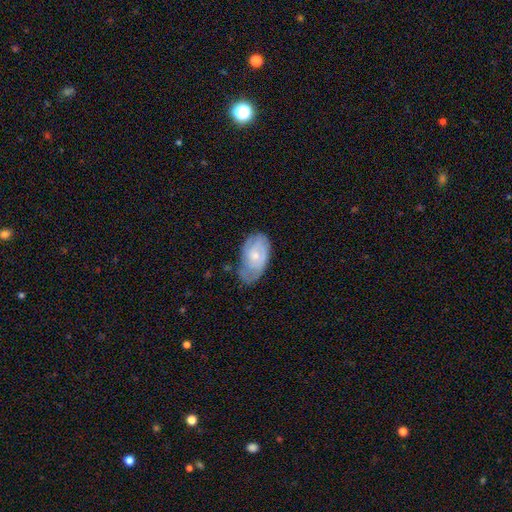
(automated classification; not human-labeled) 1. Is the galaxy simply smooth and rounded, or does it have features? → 57% featured or disk, 36% smooth, 6% star or artifact.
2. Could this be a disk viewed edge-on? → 95% no, 5% yes.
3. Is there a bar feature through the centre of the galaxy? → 74% no, 23% weak, 3% strong.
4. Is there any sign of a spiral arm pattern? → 79% yes, 21% no.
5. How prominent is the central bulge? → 56% small, 38% moderate, 3% none, 2% large, 1% dominant.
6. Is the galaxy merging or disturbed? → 50% none, 35% minor disturbance, 12% major disturbance, 2% merger.